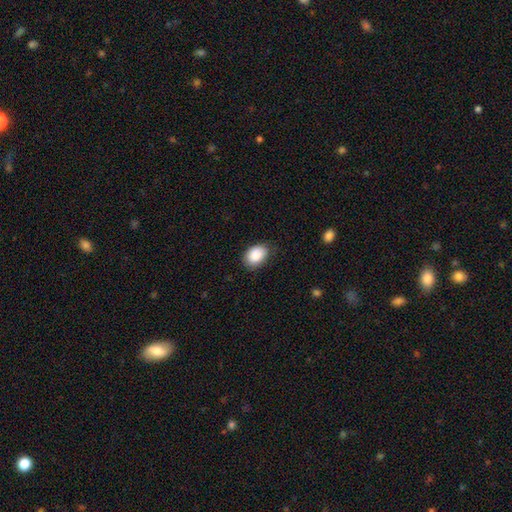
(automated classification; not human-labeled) This appears to be a smooth galaxy with no disk features (88%) that is in between round and cigar-shaped (81%). Merging: none (78%).